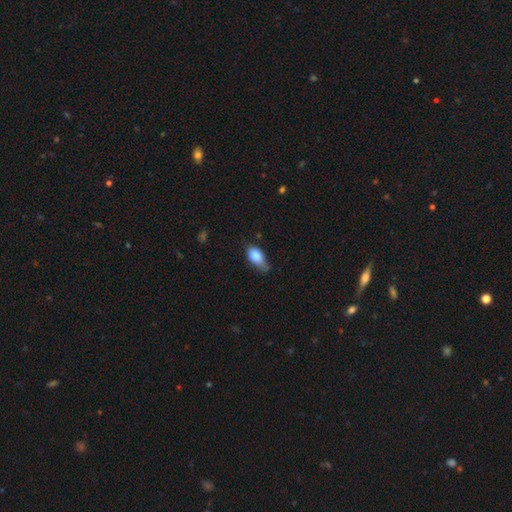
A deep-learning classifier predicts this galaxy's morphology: Overall: smooth (82%). How rounded: in between (89%). Merging: none (45%; minor disturbance 42%).